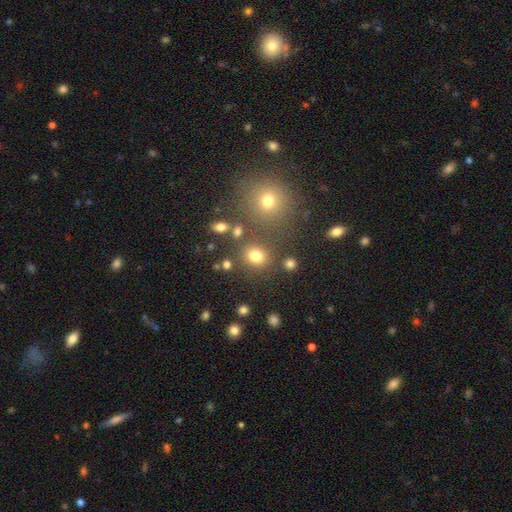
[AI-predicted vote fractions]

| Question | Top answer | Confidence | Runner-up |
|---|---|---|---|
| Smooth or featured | smooth | 75% | star or artifact (18%) |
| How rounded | round | 75% | in between (24%) |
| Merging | none | 76% | minor disturbance (10%) |